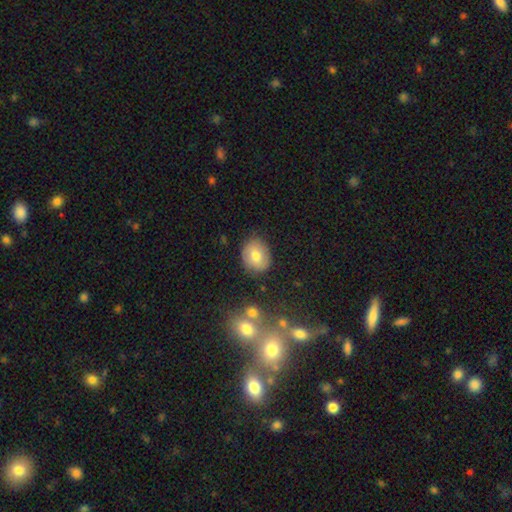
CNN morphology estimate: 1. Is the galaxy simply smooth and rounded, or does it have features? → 70% smooth, 21% featured or disk, 9% star or artifact.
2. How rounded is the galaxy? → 56% round, 43% in between, 1% cigar-shaped.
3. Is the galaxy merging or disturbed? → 82% none, 13% minor disturbance, 3% major disturbance, 2% merger.